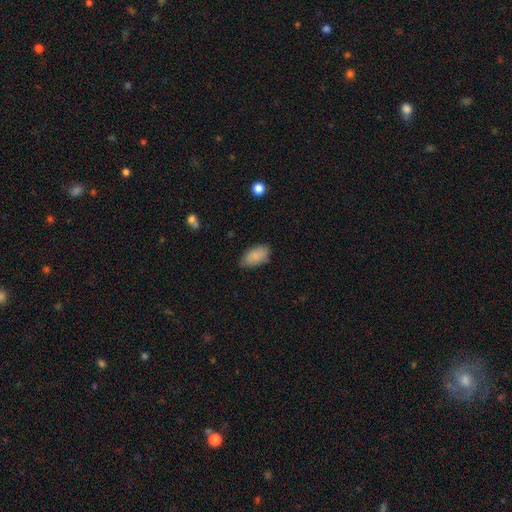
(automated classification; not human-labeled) This is clearly a smooth galaxy (87%). How rounded: clearly in between (94%). Merging: likely none (76%).